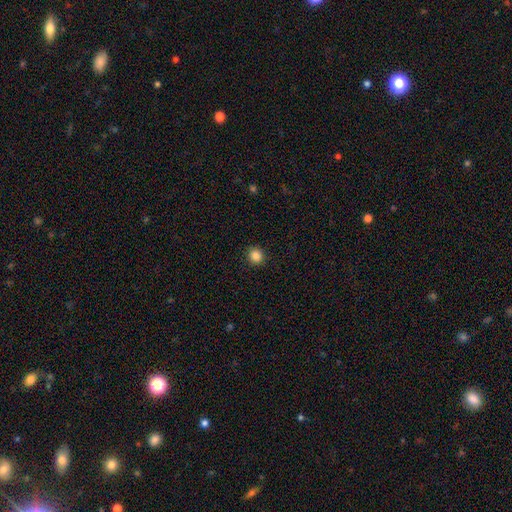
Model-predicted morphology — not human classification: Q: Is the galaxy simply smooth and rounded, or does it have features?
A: smooth — 86%.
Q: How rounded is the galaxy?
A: round — 89%.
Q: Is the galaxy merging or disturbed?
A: none — 92%.